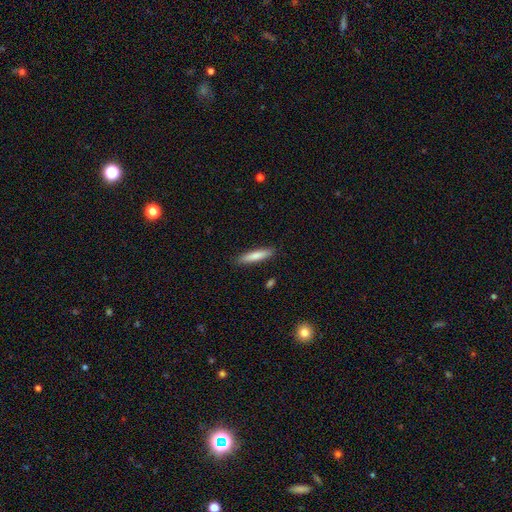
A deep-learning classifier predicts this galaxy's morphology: A smooth galaxy with no disk features (79%) that is cigar-shaped (84%). Merging: none (88%).